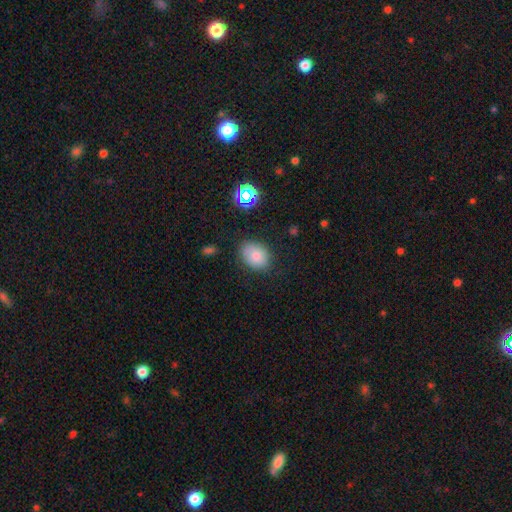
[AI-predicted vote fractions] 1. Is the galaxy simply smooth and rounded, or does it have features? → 81% smooth, 11% star or artifact, 8% featured or disk.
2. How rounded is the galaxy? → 68% in between, 31% round, 1% cigar-shaped.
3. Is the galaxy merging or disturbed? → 75% none, 17% minor disturbance, 5% major disturbance, 2% merger.